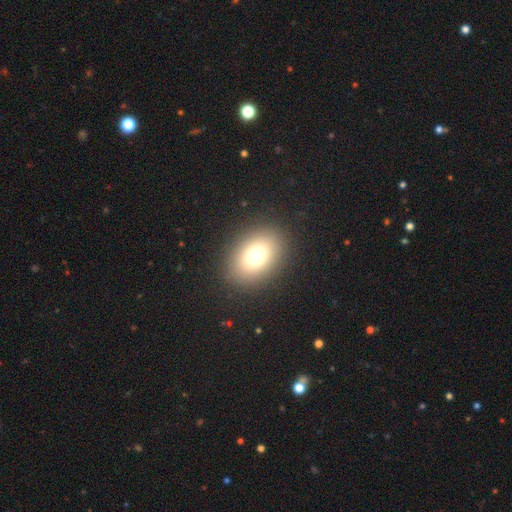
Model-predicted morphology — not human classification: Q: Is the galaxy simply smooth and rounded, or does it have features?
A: smooth — 76%.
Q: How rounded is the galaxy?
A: in between — 73%.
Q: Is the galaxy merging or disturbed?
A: none — 88%.